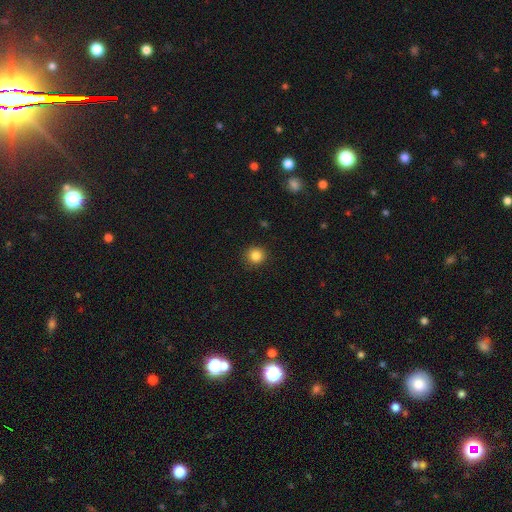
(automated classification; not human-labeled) smooth 85%, star or artifact 11%, featured or disk 4%. Down the decision tree: how rounded — round (93%); merging — none (91%).